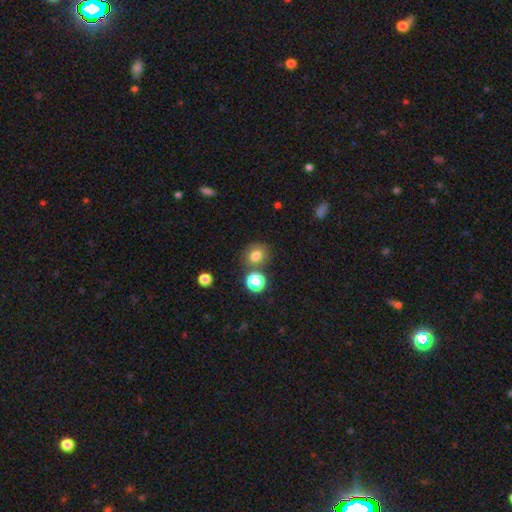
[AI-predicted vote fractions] This is likely a smooth galaxy (76%). How rounded: likely round (77%). Merging: likely none (74%).